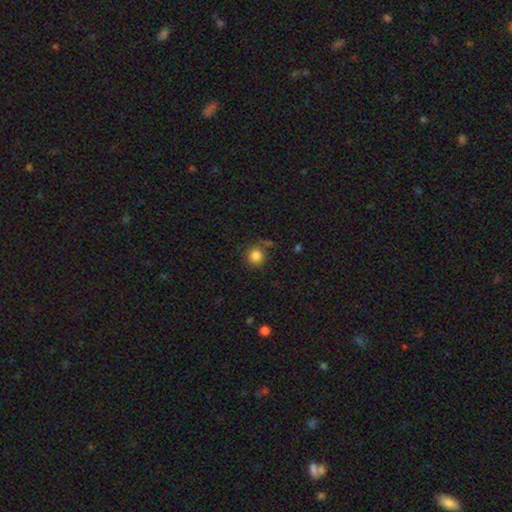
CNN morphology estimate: Q: Smooth or featured?
A: smooth (84%); runner-up: star or artifact (11%)
Q: How rounded?
A: round (90%); runner-up: in between (9%)
Q: Merging?
A: none (76%); runner-up: minor disturbance (13%)